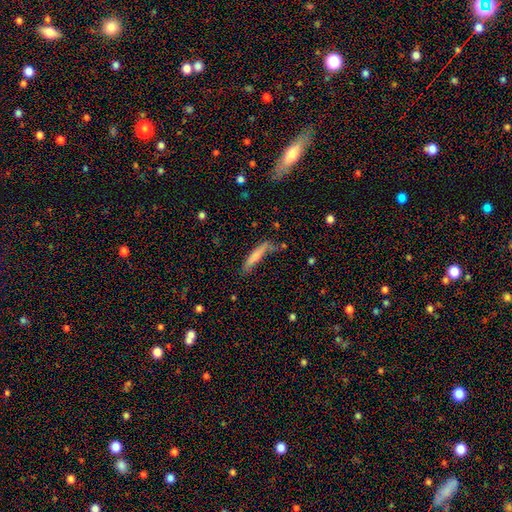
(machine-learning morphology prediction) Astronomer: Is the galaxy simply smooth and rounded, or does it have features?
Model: smooth — 74%.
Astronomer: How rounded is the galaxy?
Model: cigar-shaped — 86%.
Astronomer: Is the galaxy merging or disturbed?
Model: none — 52% (runner-up: minor disturbance, 27%).